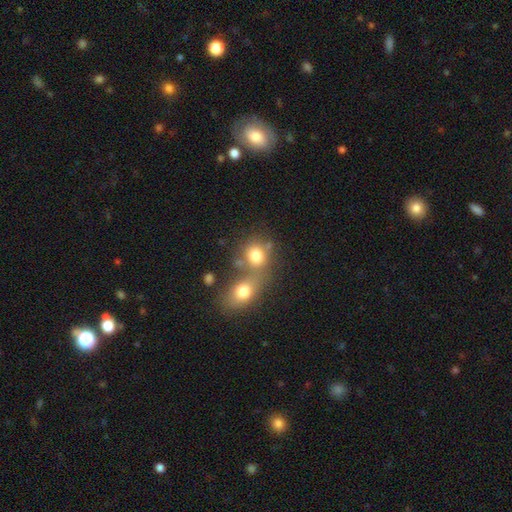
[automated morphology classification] Smooth or featured?
  - smooth: 76% *
  - featured or disk: 13%
  - star or artifact: 11%
How rounded?
  - round: 64% *
  - in between: 35%
  - cigar-shaped: 1%
Merging?
  - merger: 53% *
  - none: 34%
  - minor disturbance: 8%
  - major disturbance: 5%